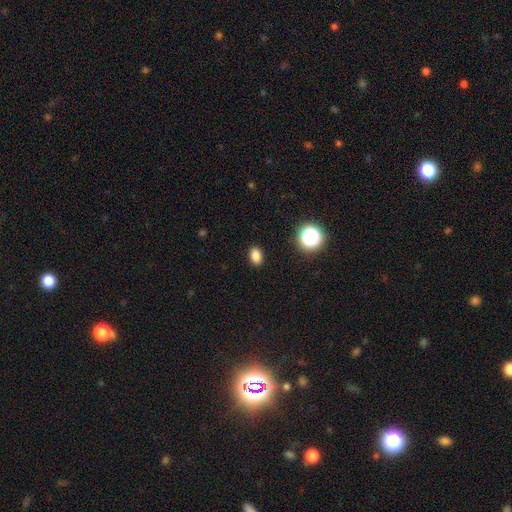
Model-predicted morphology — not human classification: type=smooth (83%); roundness=in between (78%); merging=none (90%).